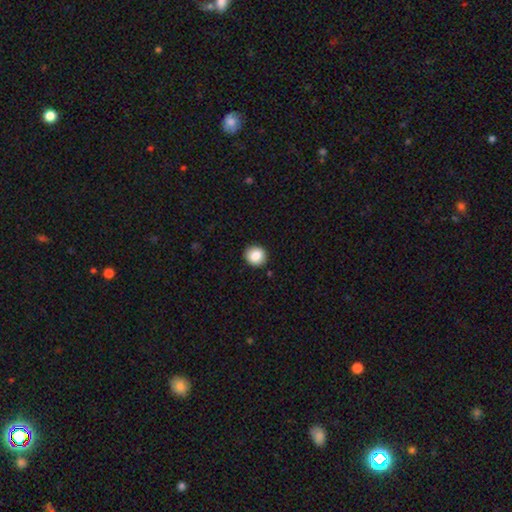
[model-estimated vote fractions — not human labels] Q: Smooth or featured?
A: smooth (86%); runner-up: star or artifact (8%)
Q: How rounded?
A: round (85%); runner-up: in between (14%)
Q: Merging?
A: none (90%); runner-up: minor disturbance (7%)